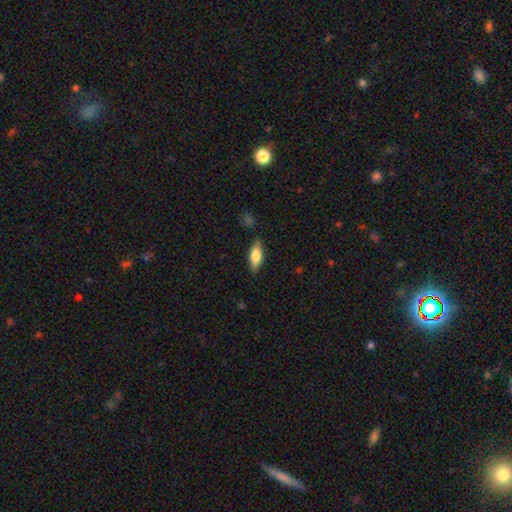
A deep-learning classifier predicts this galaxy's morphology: type=smooth (60%); roundness=in between (64%); merging=none (86%).